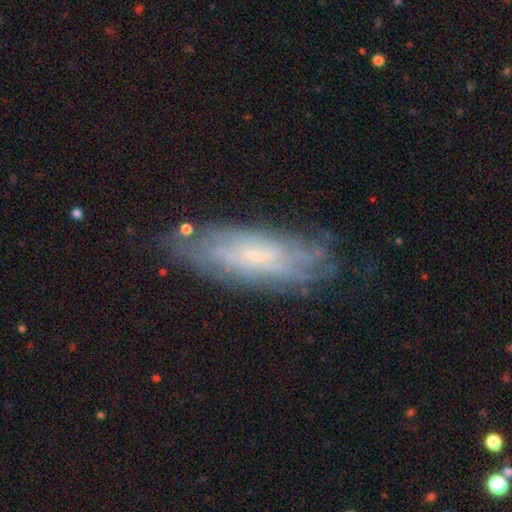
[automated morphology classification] This appears to be a featured or disk galaxy (70%) with no bar (62%), spiral arms (82%) and a small central bulge (78%). Merging: none (75%).